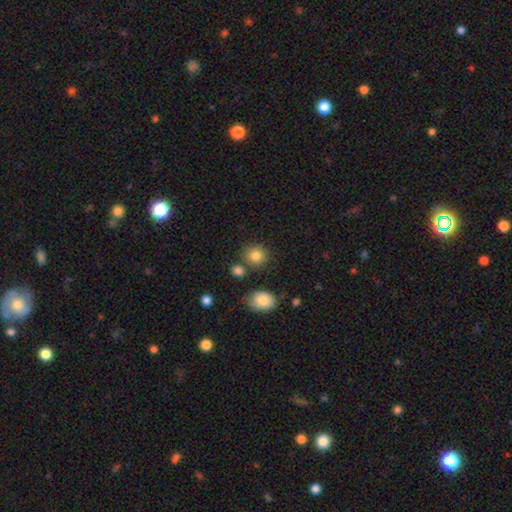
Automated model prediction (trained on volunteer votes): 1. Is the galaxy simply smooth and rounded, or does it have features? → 83% smooth, 11% star or artifact, 6% featured or disk.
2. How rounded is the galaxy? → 82% round, 17% in between, 1% cigar-shaped.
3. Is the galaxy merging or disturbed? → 77% none, 10% minor disturbance, 9% merger, 3% major disturbance.